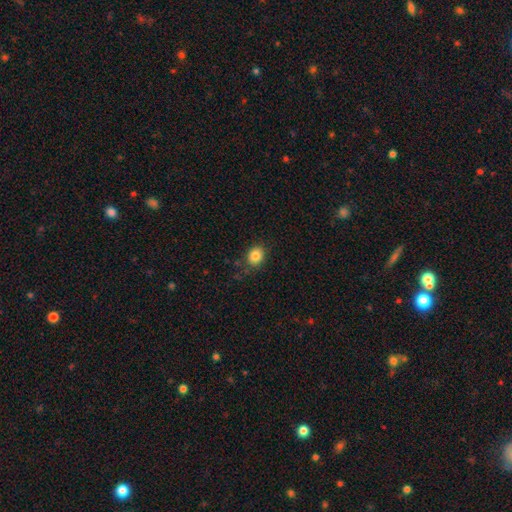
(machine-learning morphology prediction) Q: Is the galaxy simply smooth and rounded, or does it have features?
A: smooth — 84%.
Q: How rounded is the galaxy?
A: round — 62%.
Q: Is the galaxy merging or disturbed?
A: none — 81%.